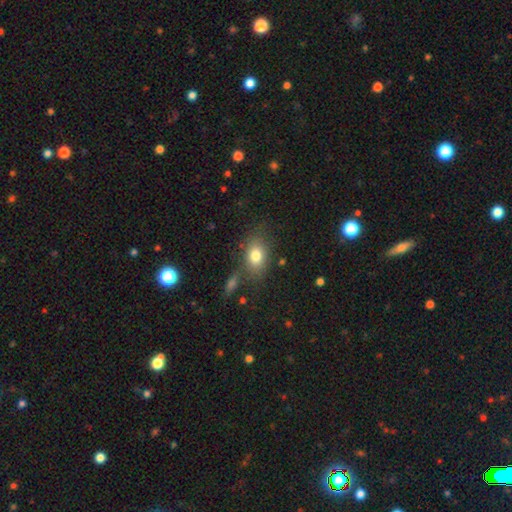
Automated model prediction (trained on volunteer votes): This appears to be a smooth galaxy with no disk features (78%) that is in between round and cigar-shaped (78%). Merging: none (70%).